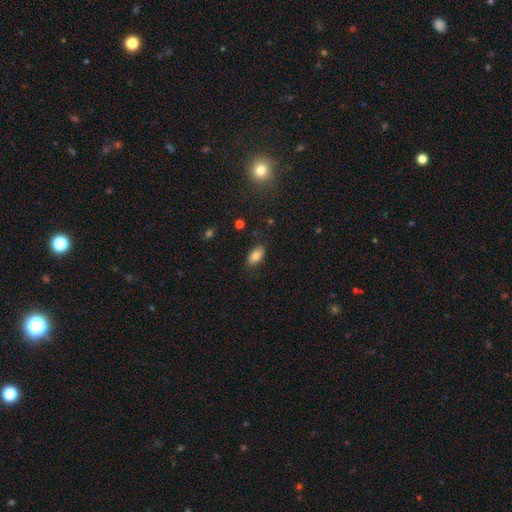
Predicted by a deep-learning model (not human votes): Smooth or featured? Predicted: smooth (p=0.80). How rounded? Predicted: in between (p=0.92). Merging? Predicted: none (p=0.85).